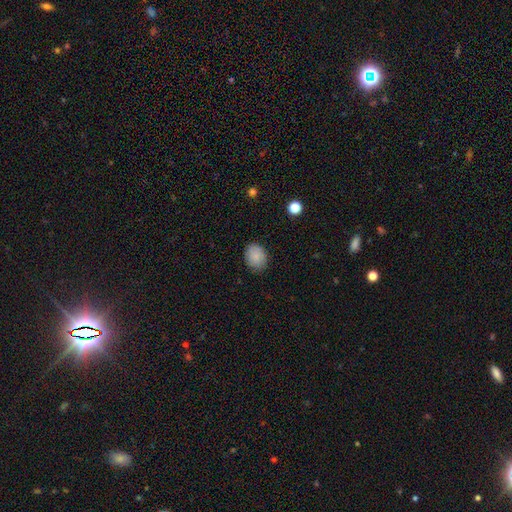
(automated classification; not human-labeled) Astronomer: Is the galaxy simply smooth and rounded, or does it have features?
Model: smooth — 85%.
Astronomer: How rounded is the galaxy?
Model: in between — 53% (runner-up: round, 47%).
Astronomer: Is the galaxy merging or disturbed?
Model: none — 84%.